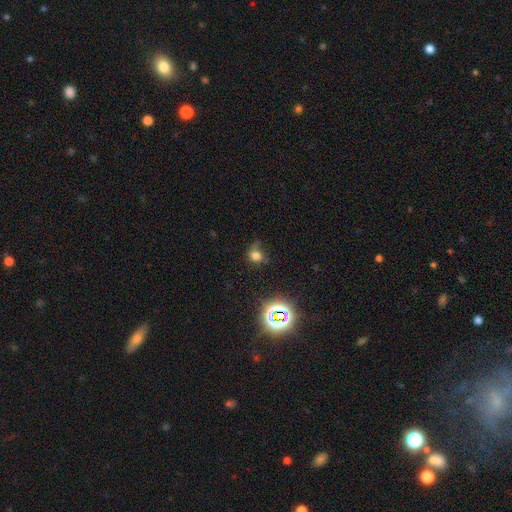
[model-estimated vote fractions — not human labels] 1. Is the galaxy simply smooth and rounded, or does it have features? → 65% smooth, 23% star or artifact, 12% featured or disk.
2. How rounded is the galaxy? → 65% round, 33% in between, 1% cigar-shaped.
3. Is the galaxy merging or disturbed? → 41% none, 30% minor disturbance, 24% major disturbance, 6% merger.